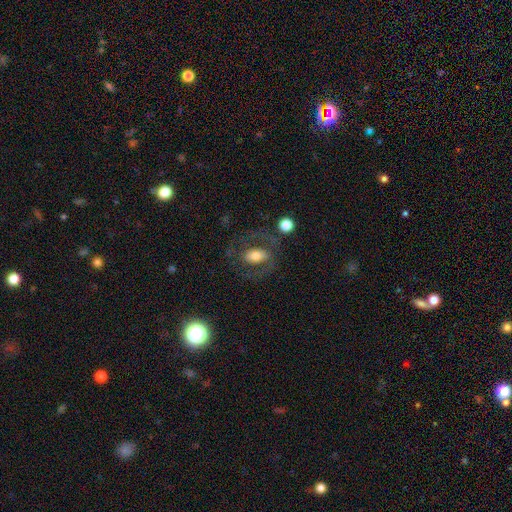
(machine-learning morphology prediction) smooth-or-featured: smooth: 48% | featured or disk: 44% | star or artifact: 8%
  merging: none: 60% | major disturbance: 20% | minor disturbance: 16% | merger: 4%